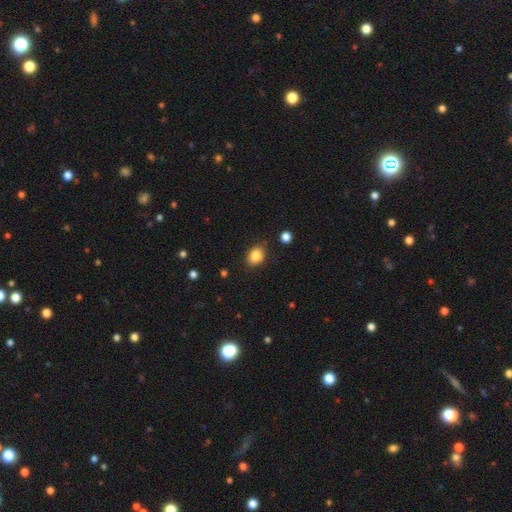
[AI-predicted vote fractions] A smooth galaxy with no disk features (85%) that is in between round and cigar-shaped (66%).

Vote fractions:
- Smooth or featured? smooth: 85% / star or artifact: 9% / featured or disk: 6%
- How rounded? in between: 66% / round: 33% / cigar-shaped: 1%
- Merging? none: 84% / minor disturbance: 11% / major disturbance: 3% / merger: 2%